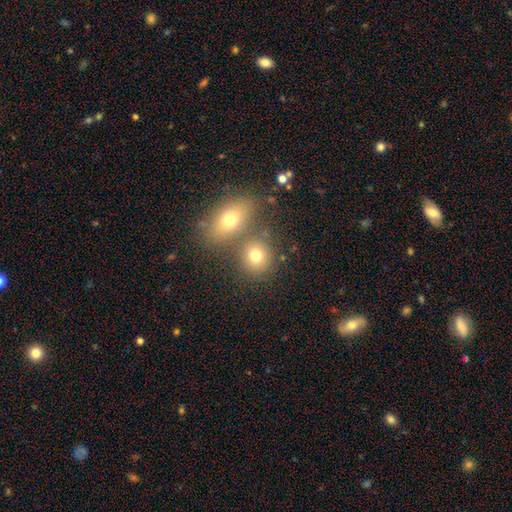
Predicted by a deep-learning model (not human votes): smooth-or-featured: smooth: 74% | star or artifact: 14% | featured or disk: 12%
  how-rounded: round: 74% | in between: 24% | cigar-shaped: 1%
  merging: none: 60% | merger: 28% | minor disturbance: 9% | major disturbance: 4%